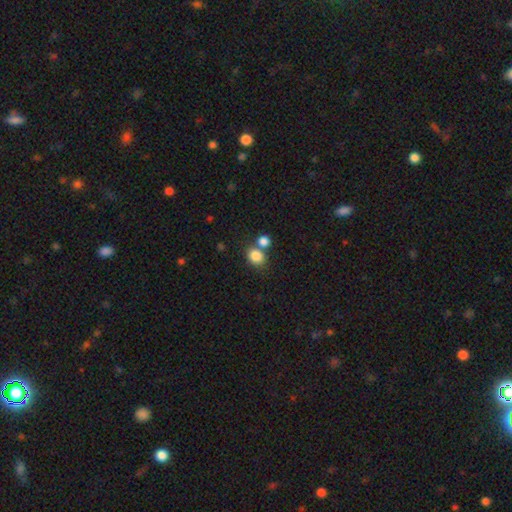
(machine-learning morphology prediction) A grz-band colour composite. It shows a smooth galaxy with no disk features (84%) that is round (61%). Merging: none (56%).